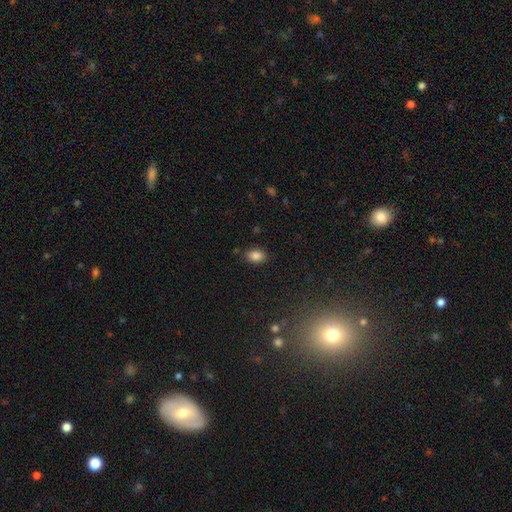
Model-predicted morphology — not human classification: Smooth or featured: smooth — 85% (star or artifact — 10%)
How rounded: in between — 81% (round — 17%)
Merging: none — 85% (minor disturbance — 10%)